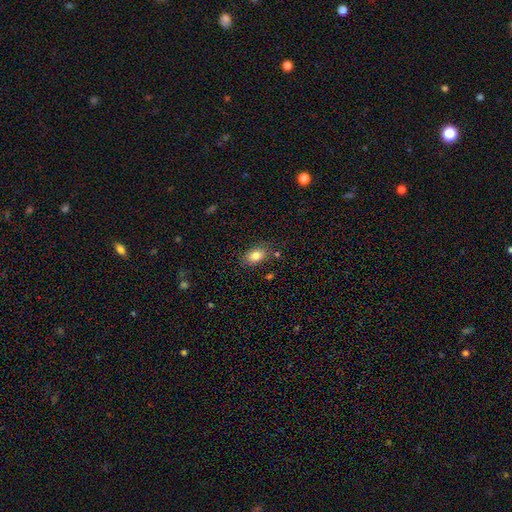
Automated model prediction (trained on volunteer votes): Morphology: type=smooth (82%); roundness=in between (86%); merging=none (80%).